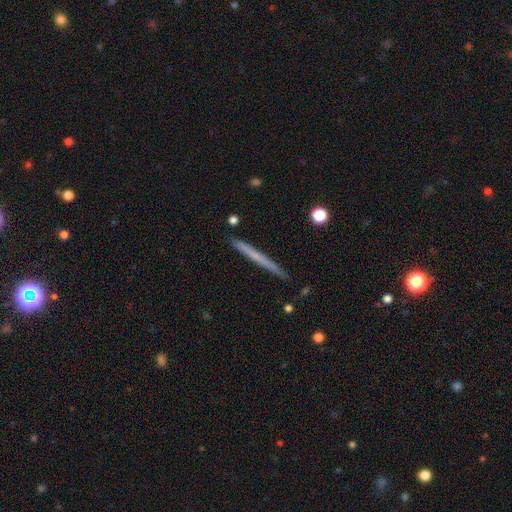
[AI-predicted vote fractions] Smooth or featured?
  - smooth: 51% *
  - featured or disk: 43%
  - star or artifact: 6%
How rounded?
  - cigar-shaped: 97% *
  - in between: 2%
  - round: 1%
Merging?
  - none: 89% *
  - minor disturbance: 8%
  - merger: 2%
  - major disturbance: 1%